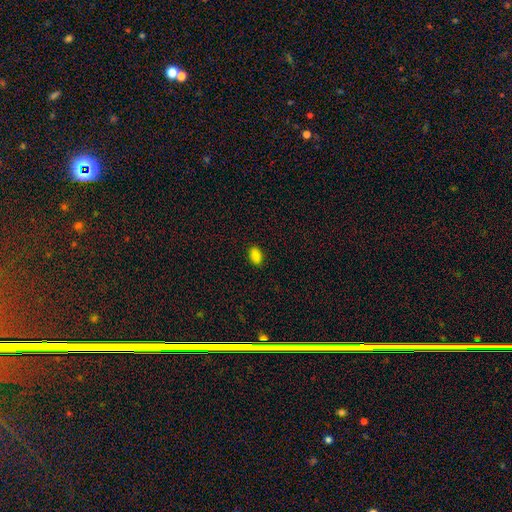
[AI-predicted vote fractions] Overall: smooth (86%). How rounded: in between (91%). Merging: none (88%).